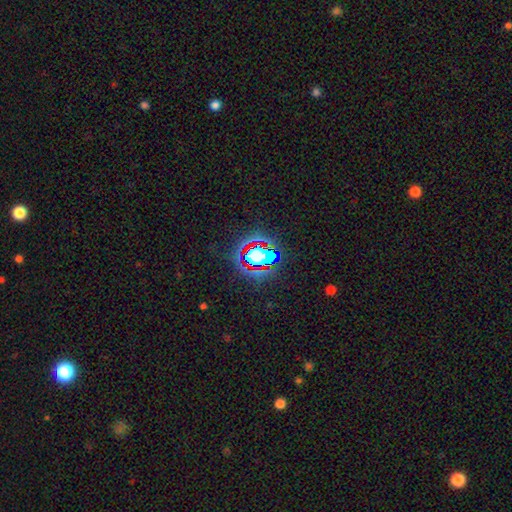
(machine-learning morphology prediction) Smooth or featured? star or artifact (59%)